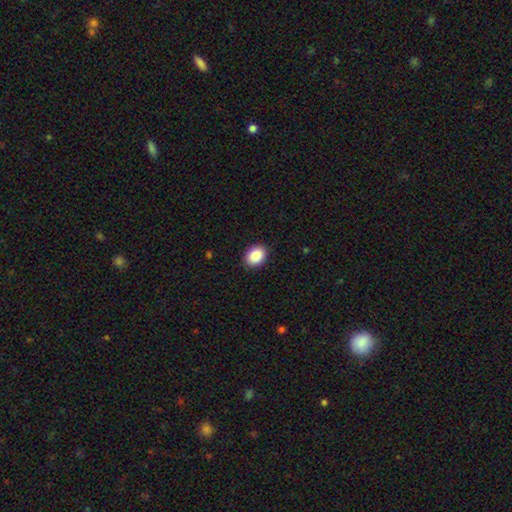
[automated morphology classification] Smooth or featured?
  - smooth: 88% *
  - star or artifact: 8%
  - featured or disk: 4%
How rounded?
  - in between: 67% *
  - round: 32%
  - cigar-shaped: 1%
Merging?
  - none: 90% *
  - minor disturbance: 7%
  - major disturbance: 2%
  - merger: 1%